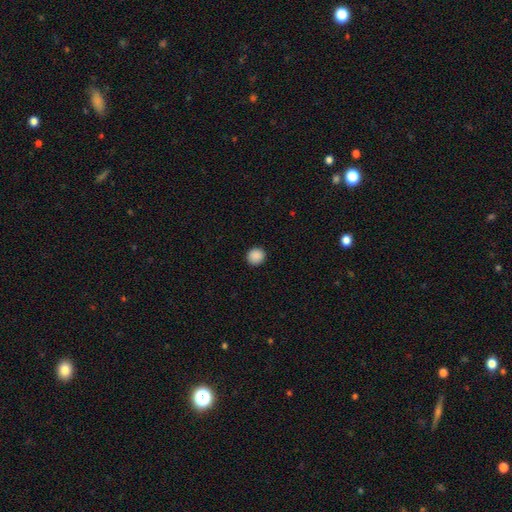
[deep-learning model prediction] A smooth galaxy with no disk features (89%) that is round (91%).

Vote fractions:
- Smooth or featured? smooth: 89% / star or artifact: 9% / featured or disk: 2%
- How rounded? round: 91% / in between: 8% / cigar-shaped: 1%
- Merging? none: 92% / minor disturbance: 5% / major disturbance: 2% / merger: 1%